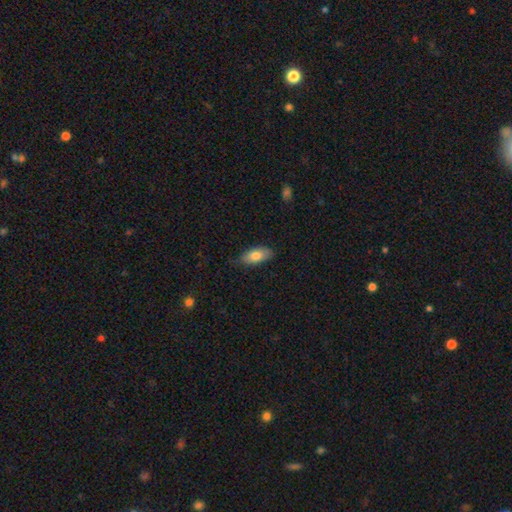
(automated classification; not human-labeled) This appears to be a smooth galaxy with no disk features (78%) that is in between round and cigar-shaped (88%). Merging: none (79%).